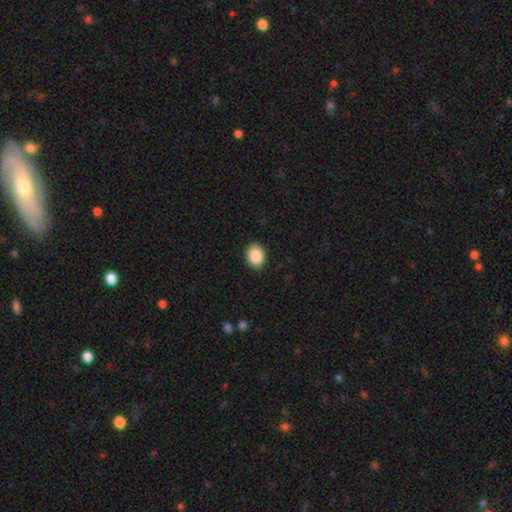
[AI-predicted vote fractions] smooth_or_featured: smooth (p=0.89) [alt: star or artifact p=0.07]
how_rounded: in between (p=0.62) [alt: round p=0.37]
merging: none (p=0.91) [alt: minor disturbance p=0.07]